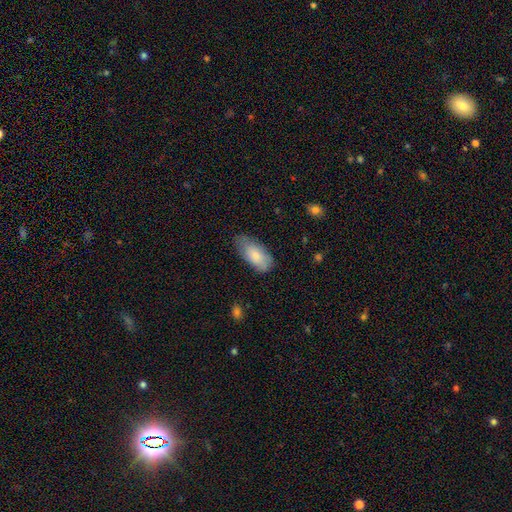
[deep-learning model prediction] Smooth or featured? Predicted: smooth (p=0.80). How rounded? Predicted: in between (p=0.91). Merging? Predicted: none (p=0.62).